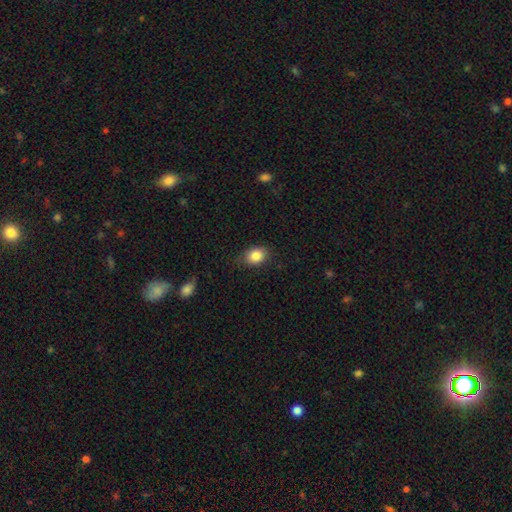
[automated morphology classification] smooth_or_featured: smooth (p=0.85) [alt: star or artifact p=0.09]
how_rounded: in between (p=0.62) [alt: round p=0.37]
merging: none (p=0.78) [alt: minor disturbance p=0.17]